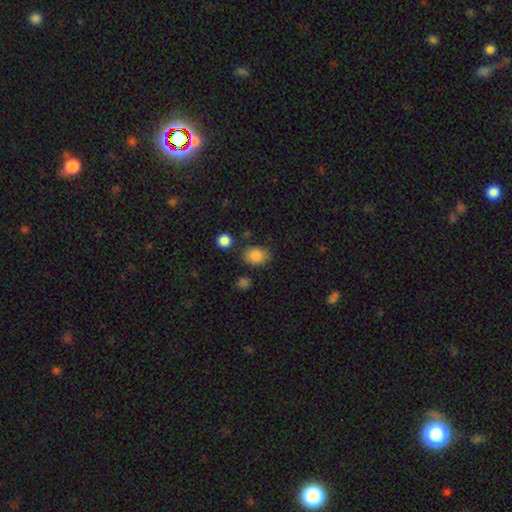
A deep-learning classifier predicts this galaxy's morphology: This is clearly a smooth galaxy (85%). How rounded: likely in between (72%). Merging: likely none (77%).